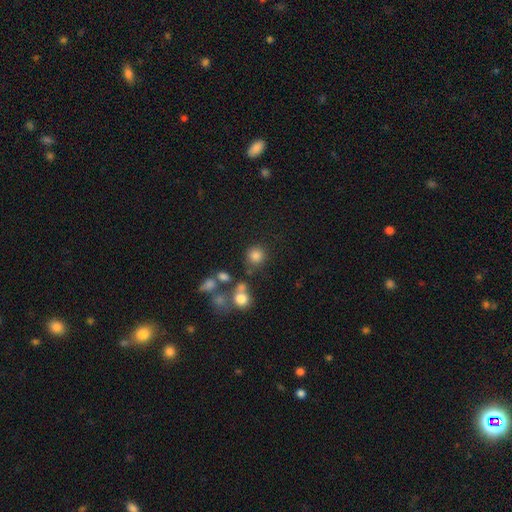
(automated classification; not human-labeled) Smooth or featured? Predicted: smooth (p=0.79). How rounded? Predicted: round (p=0.90). Merging? Predicted: none (p=0.72).